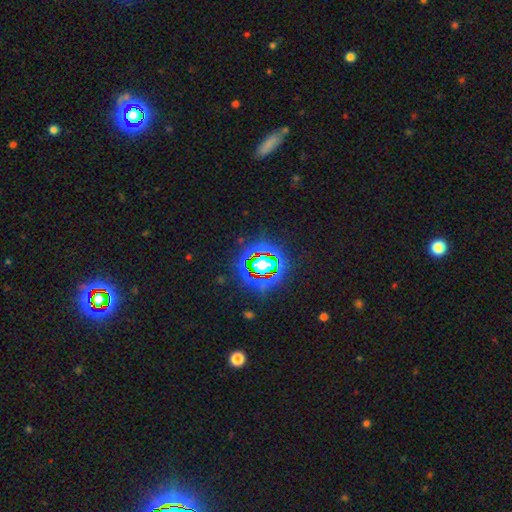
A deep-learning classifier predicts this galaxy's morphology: type=star or artifact (80%).